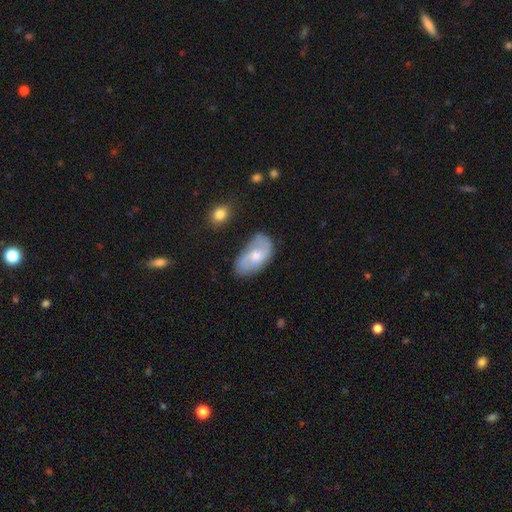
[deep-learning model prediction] featured or disk 61%, smooth 32%, star or artifact 6%. Down the decision tree: edge-on disk — no (95%); bar — no (54%); spiral arms — yes (85%); bulge size — moderate (55%); merging — none (64%).